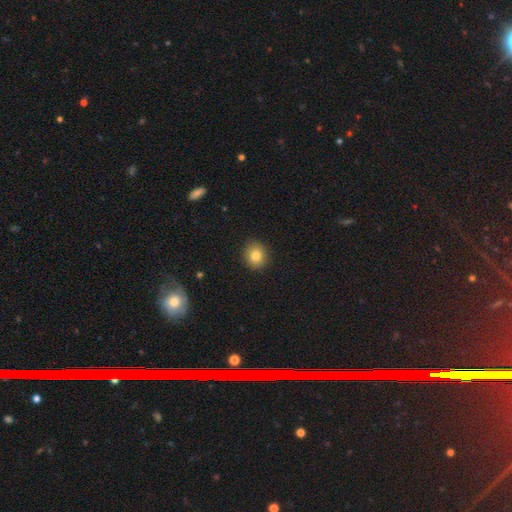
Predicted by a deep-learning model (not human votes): Q: Smooth or featured?
A: smooth (81%); runner-up: star or artifact (11%)
Q: How rounded?
A: round (83%); runner-up: in between (16%)
Q: Merging?
A: none (91%); runner-up: minor disturbance (6%)